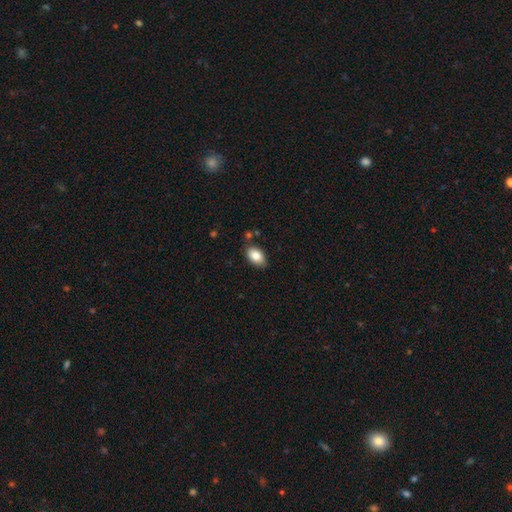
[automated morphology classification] smooth_or_featured: smooth (p=0.84) [alt: featured or disk p=0.09]
how_rounded: in between (p=0.90) [alt: round p=0.09]
merging: none (p=0.80) [alt: minor disturbance p=0.13]